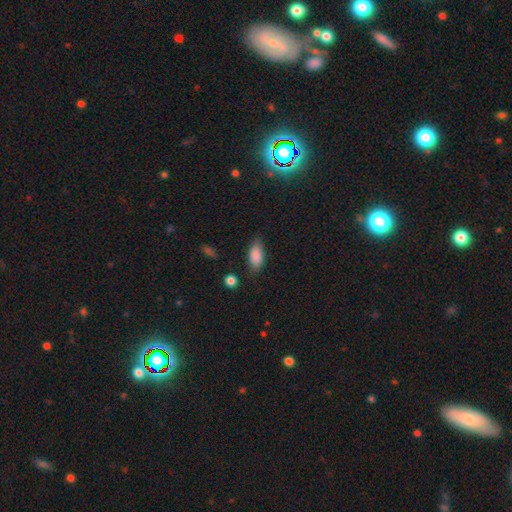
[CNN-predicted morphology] This is clearly a smooth galaxy (87%). How rounded: clearly in between (88%). Merging: likely none (74%).